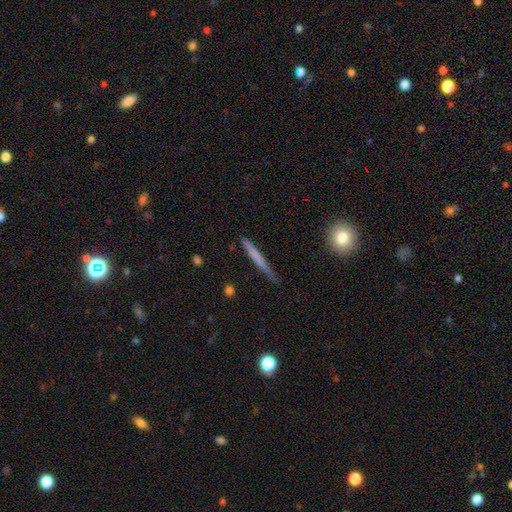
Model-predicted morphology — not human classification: This appears to be a smooth galaxy with no disk features (57%) that is cigar-shaped (96%). Merging: none (80%).